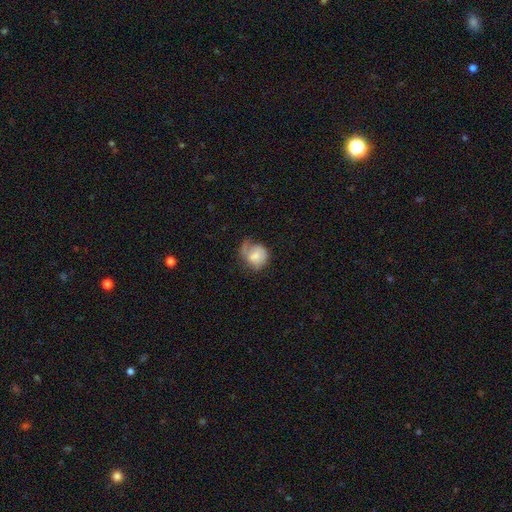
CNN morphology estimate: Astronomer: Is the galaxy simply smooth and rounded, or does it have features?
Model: smooth — 62%.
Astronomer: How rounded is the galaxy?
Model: round — 67%.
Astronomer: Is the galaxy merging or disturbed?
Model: none — 35% (runner-up: minor disturbance, 33%).